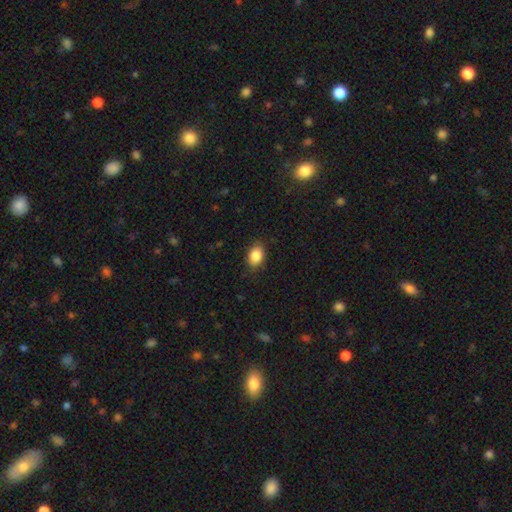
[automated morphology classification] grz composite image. It shows a smooth galaxy with no disk features (87%) that is in between round and cigar-shaped (76%). Merging: none (85%).